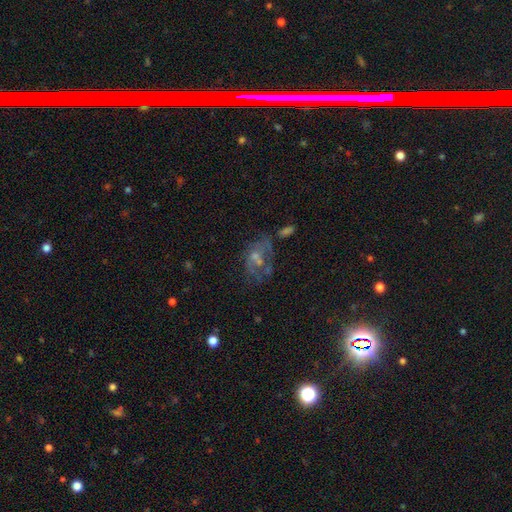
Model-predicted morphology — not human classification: Smooth or featured?
  - featured or disk: 56% *
  - smooth: 23%
  - star or artifact: 21%
Edge-on disk?
  - no: 96% *
  - yes: 4%
Bar?
  - no: 71% *
  - weak: 24%
  - strong: 5%
Spiral arms?
  - no: 56% *
  - yes: 44%
Bulge size?
  - small: 42% *
  - moderate: 29%
  - none: 24%
  - large: 3%
  - dominant: 2%
Merging?
  - none: 40% *
  - major disturbance: 29%
  - minor disturbance: 19%
  - merger: 12%